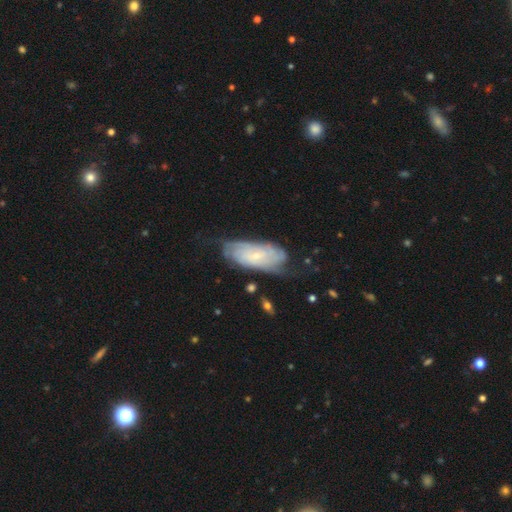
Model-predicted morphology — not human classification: The model was most divided on "spiral arm count": can't tell: 52%, 2: 22%, 3: 9%, 4: 8%, more than 4: 4%, 1: 4%. More confident: edge-on disk — no (91%); spiral arms — yes (88%); bulge size — small (77%); bar — no (69%); smooth or featured — featured or disk (68%); spiral winding — tight (63%); merging — none (59%).